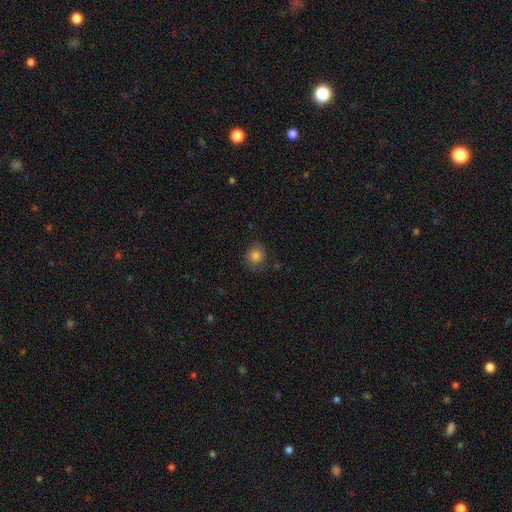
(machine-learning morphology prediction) This is clearly a smooth galaxy (80%). How rounded: likely round (78%). Merging: likely none (73%).